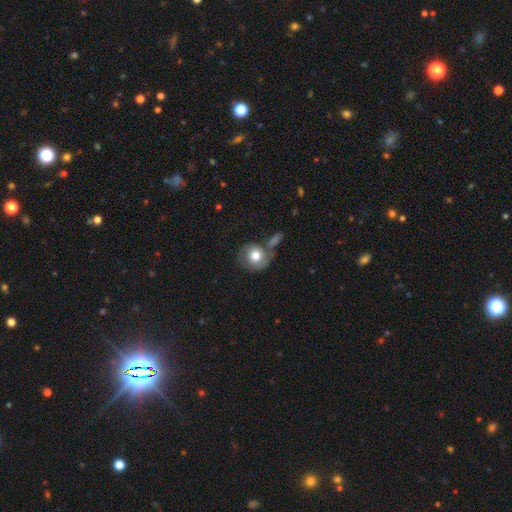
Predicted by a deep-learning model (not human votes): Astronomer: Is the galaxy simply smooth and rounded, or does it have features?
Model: smooth — 68%.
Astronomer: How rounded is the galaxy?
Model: round — 83%.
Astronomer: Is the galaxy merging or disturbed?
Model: none — 48% (runner-up: merger, 24%).